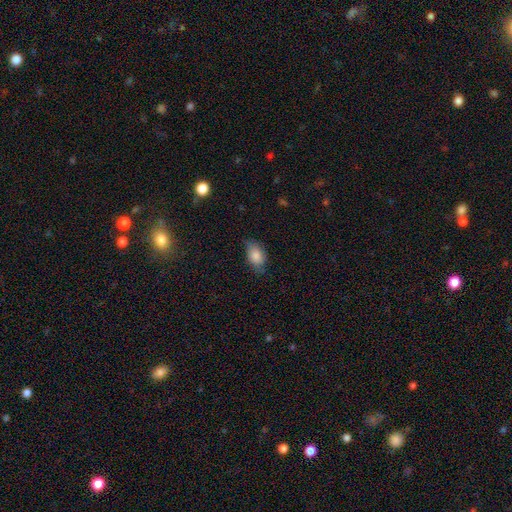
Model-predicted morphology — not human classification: A smooth galaxy with no disk features (82%) that is in between round and cigar-shaped (85%).

Vote fractions:
- Smooth or featured? smooth: 82% / featured or disk: 10% / star or artifact: 9%
- How rounded? in between: 85% / round: 13% / cigar-shaped: 2%
- Merging? none: 66% / minor disturbance: 27% / major disturbance: 5% / merger: 1%